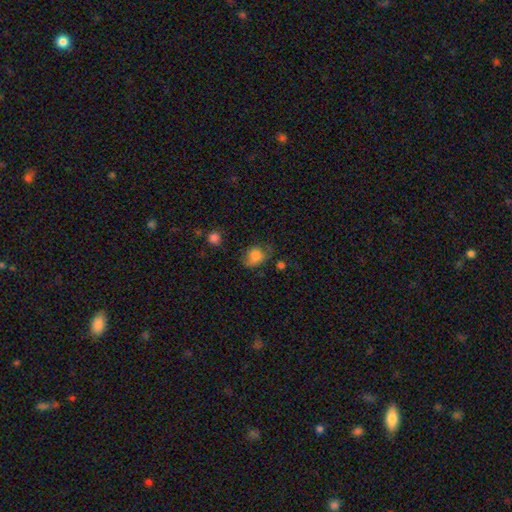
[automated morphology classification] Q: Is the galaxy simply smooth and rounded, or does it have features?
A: smooth — 79%.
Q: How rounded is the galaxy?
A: in between — 56%.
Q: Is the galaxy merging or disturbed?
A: none — 44%.